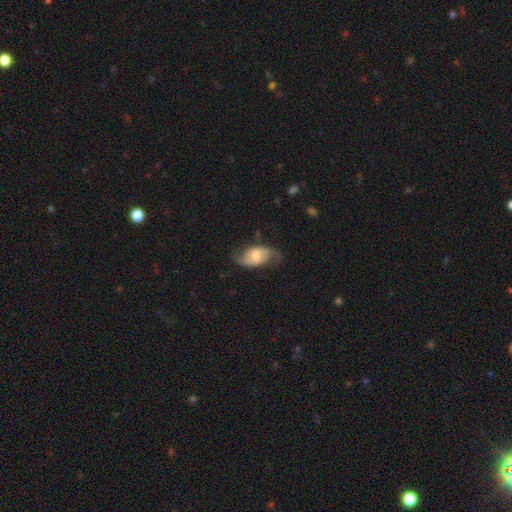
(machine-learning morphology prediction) smooth_or_featured: featured or disk (p=0.60) [alt: smooth p=0.34]
disk_edge_on: no (p=0.94) [alt: yes p=0.06]
bar: no (p=0.46) [alt: weak p=0.43]
has_spiral_arms: yes (p=0.86) [alt: no p=0.14]
bulge_size: moderate (p=0.51) [alt: small p=0.25]
merging: none (p=0.60) [alt: minor disturbance p=0.24]